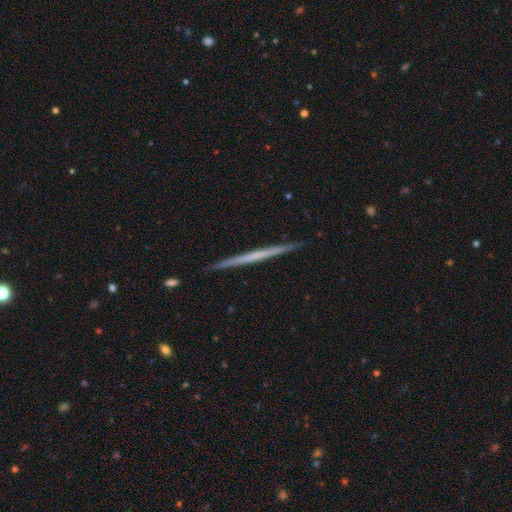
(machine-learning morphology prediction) featured or disk 58%, smooth 36%, star or artifact 5%. Down the decision tree: edge-on disk — yes (98%); edge-on bulge — none (92%); merging — none (92%).